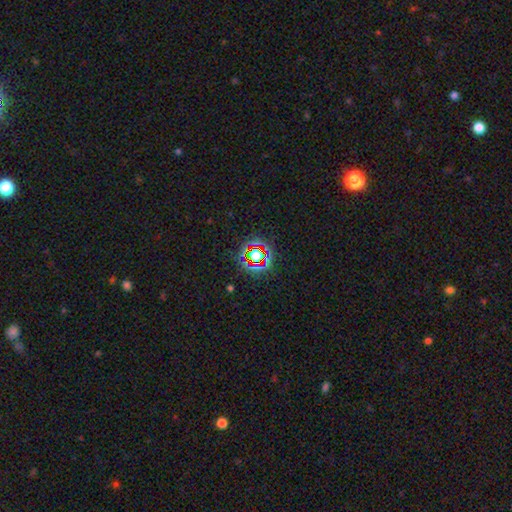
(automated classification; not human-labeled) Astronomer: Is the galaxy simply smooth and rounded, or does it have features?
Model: star or artifact — 71%.